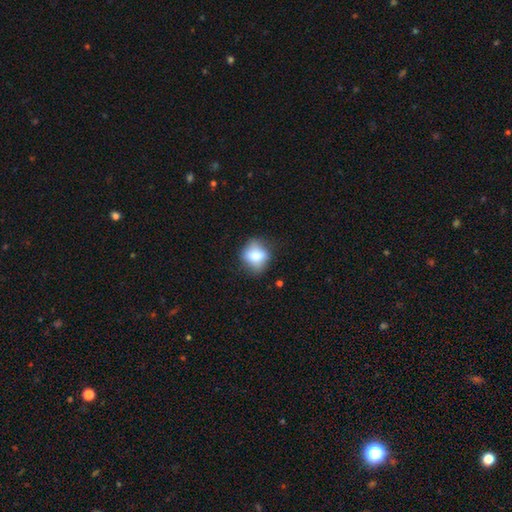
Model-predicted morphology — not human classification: Overall: smooth (75%). How rounded: round (54%; in between 44%). Merging: none (65%).